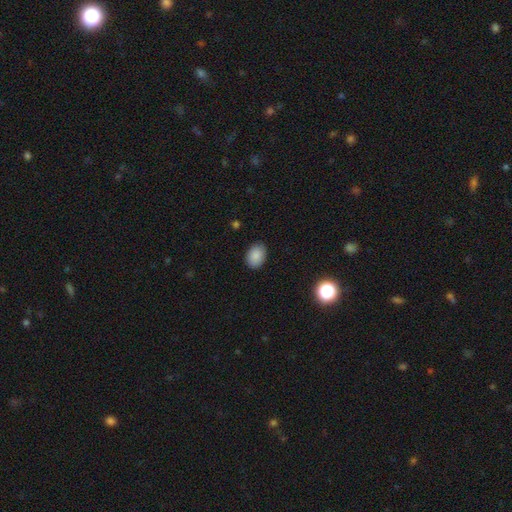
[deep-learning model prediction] smooth 87%, star or artifact 9%, featured or disk 4%. Down the decision tree: how rounded — in between (77%); merging — none (86%).